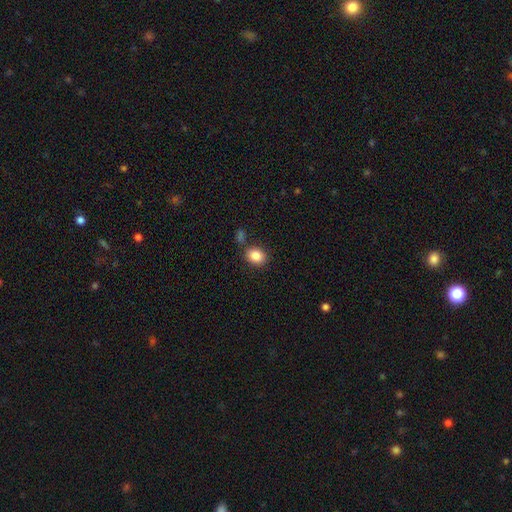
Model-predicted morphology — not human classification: Smooth or featured?
  - smooth: 86% *
  - star or artifact: 9%
  - featured or disk: 5%
How rounded?
  - in between: 54% *
  - round: 45%
  - cigar-shaped: 1%
Merging?
  - none: 78% *
  - minor disturbance: 11%
  - merger: 8%
  - major disturbance: 3%